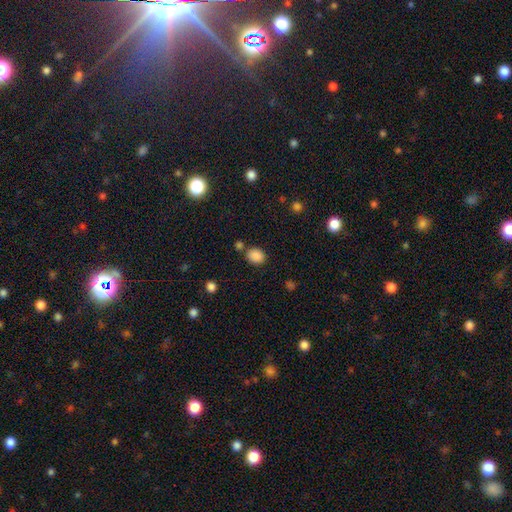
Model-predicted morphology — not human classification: The model was most divided on "how rounded": round: 53%, in between: 46%, cigar-shaped: 1%. More confident: smooth or featured — smooth (86%); merging — none (76%).